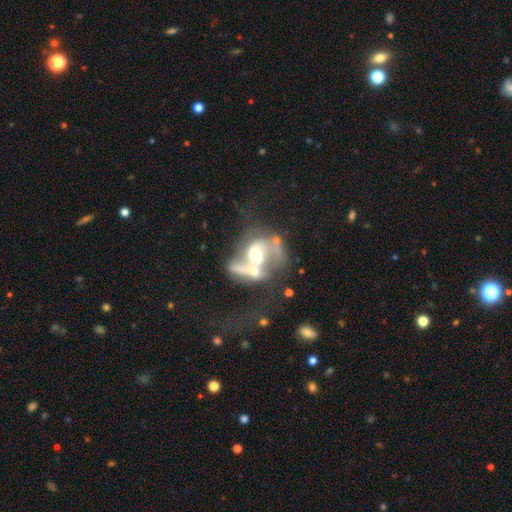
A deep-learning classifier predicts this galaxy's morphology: Overall: featured or disk (73%). Edge-on disk: no (96%). Bar: no (59%; weak 29%). Spiral arms: yes (71%). Bulge size: moderate (61%). Merging: merger (63%).